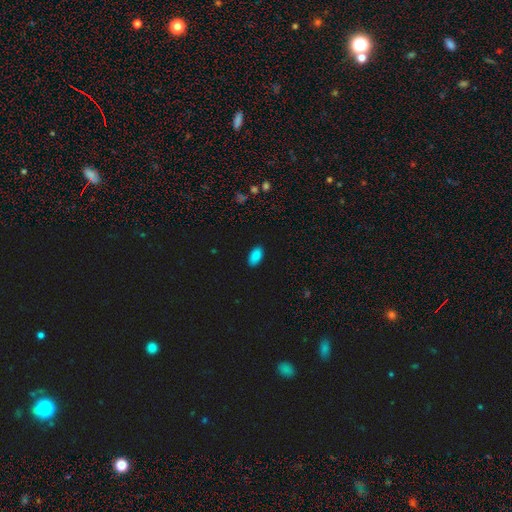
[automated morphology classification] Smooth or featured? Predicted: smooth (p=0.88). How rounded? Predicted: in between (p=0.94). Merging? Predicted: none (p=0.89).